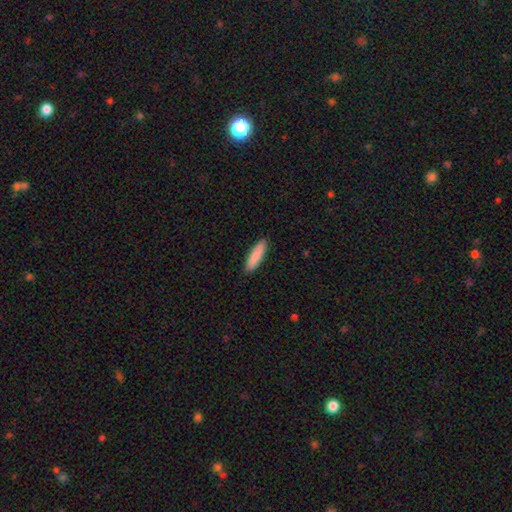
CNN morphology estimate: A smooth galaxy with no disk features (88%) that is cigar-shaped (76%). Merging: none (91%).